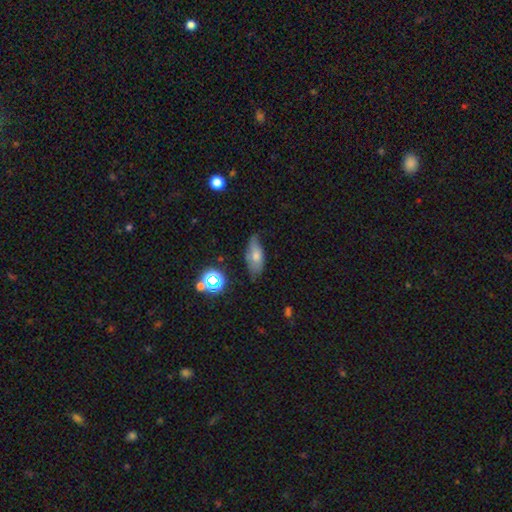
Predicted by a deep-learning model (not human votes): This appears to be a smooth galaxy with no disk features (61%) that is in between round and cigar-shaped (80%). Merging: none (57%).